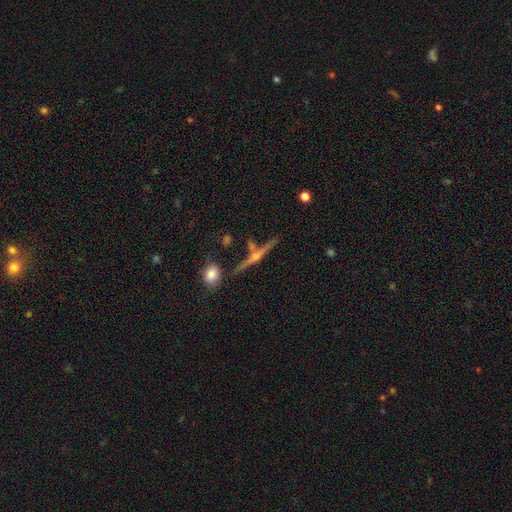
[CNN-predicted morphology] Smooth or featured?
  - featured or disk: 81% *
  - smooth: 11%
  - star or artifact: 8%
Edge-on disk?
  - yes: 98% *
  - no: 2%
Edge-on bulge?
  - rounded: 90% *
  - none: 6%
  - boxy: 4%
Merging?
  - none: 81% *
  - minor disturbance: 10%
  - merger: 6%
  - major disturbance: 3%